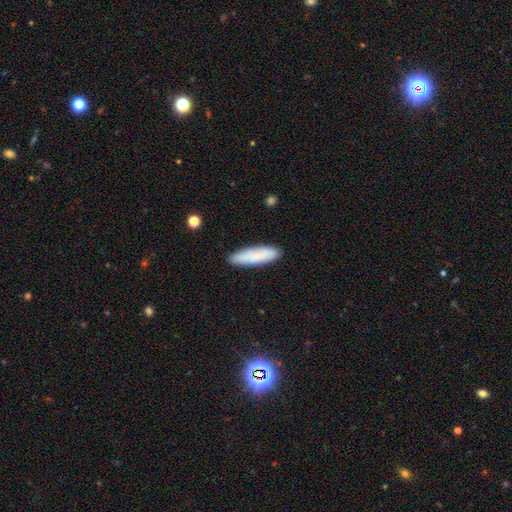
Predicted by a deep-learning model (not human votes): A smooth galaxy with no disk features (79%) that is cigar-shaped (69%). Merging: none (86%).